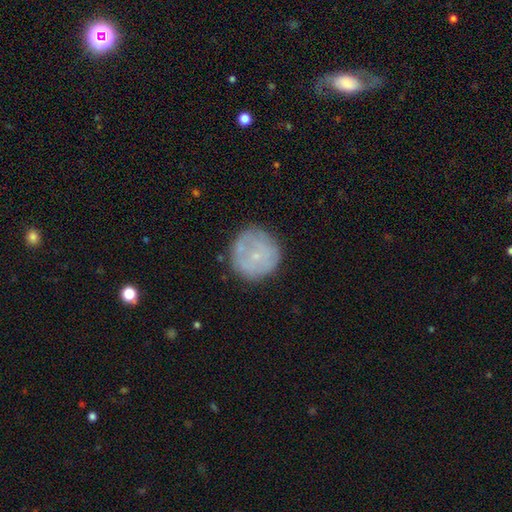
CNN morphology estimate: smooth_or_featured: smooth (p=0.52) [alt: featured or disk p=0.40]
how_rounded: round (p=0.94) [alt: in between p=0.05]
merging: none (p=0.77) [alt: minor disturbance p=0.16]